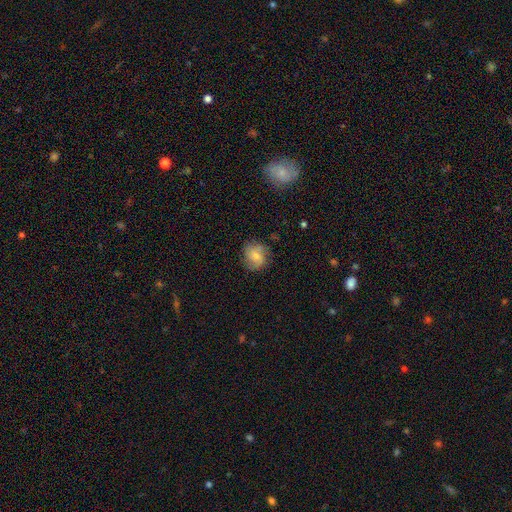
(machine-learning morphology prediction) Smooth or featured: smooth — 58% (featured or disk — 33%)
How rounded: round — 77% (in between — 22%)
Merging: none — 73% (minor disturbance — 19%)